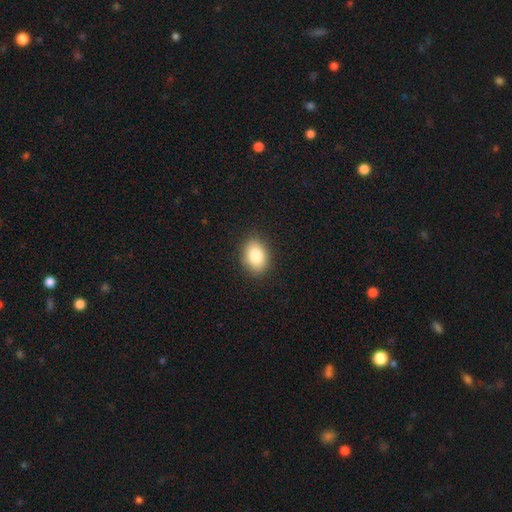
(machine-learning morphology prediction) This appears to be a smooth galaxy with no disk features (82%) that is in between round and cigar-shaped (74%). Merging: none (87%).